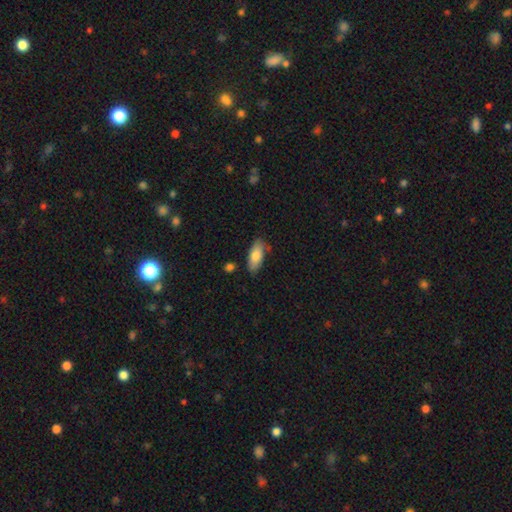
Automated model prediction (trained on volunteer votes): A smooth galaxy with no disk features (78%) that is in between round and cigar-shaped (83%).

Vote fractions:
- Smooth or featured? smooth: 78% / featured or disk: 15% / star or artifact: 6%
- How rounded? in between: 83% / cigar-shaped: 15% / round: 2%
- Merging? none: 75% / minor disturbance: 18% / merger: 4% / major disturbance: 3%